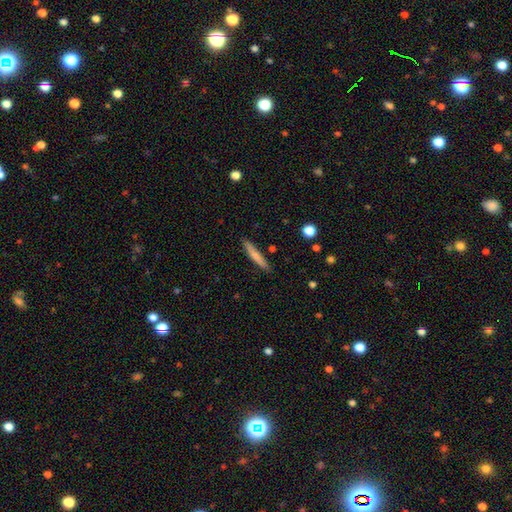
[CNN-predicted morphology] Smooth or featured? Predicted: smooth (p=0.72). How rounded? Predicted: cigar-shaped (p=0.93). Merging? Predicted: none (p=0.88).